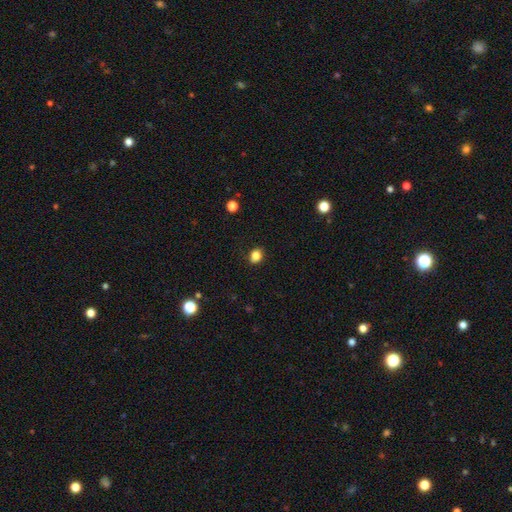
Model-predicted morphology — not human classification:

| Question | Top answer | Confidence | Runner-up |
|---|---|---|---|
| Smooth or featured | smooth | 84% | star or artifact (11%) |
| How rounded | round | 60% | in between (39%) |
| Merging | none | 88% | minor disturbance (9%) |